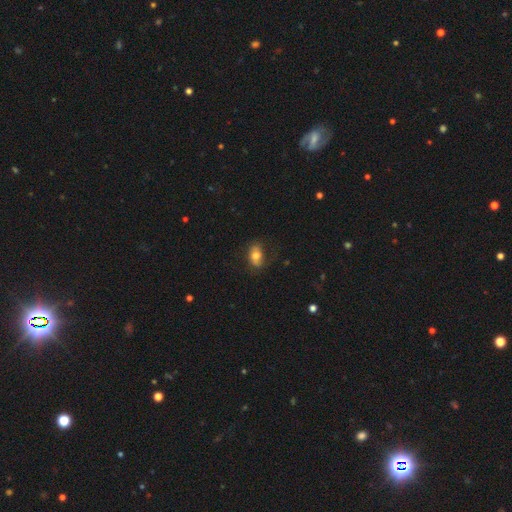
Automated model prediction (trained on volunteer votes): This is likely a smooth galaxy (67%). How rounded: clearly in between (84%). Merging: likely none (66%).